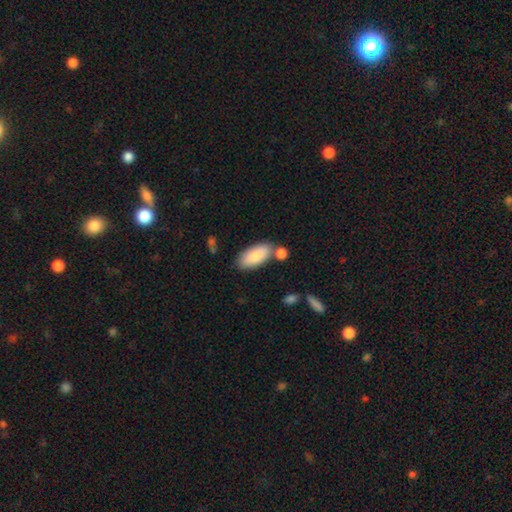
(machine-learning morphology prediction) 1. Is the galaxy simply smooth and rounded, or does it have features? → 85% smooth, 10% featured or disk, 6% star or artifact.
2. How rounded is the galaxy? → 90% in between, 8% cigar-shaped, 2% round.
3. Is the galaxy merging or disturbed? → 66% none, 17% merger, 13% minor disturbance, 3% major disturbance.